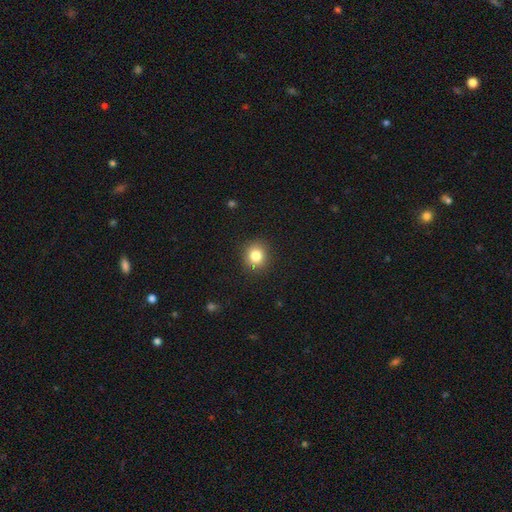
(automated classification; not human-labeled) smooth 83%, star or artifact 11%, featured or disk 6%. Down the decision tree: how rounded — round (86%); merging — none (90%).